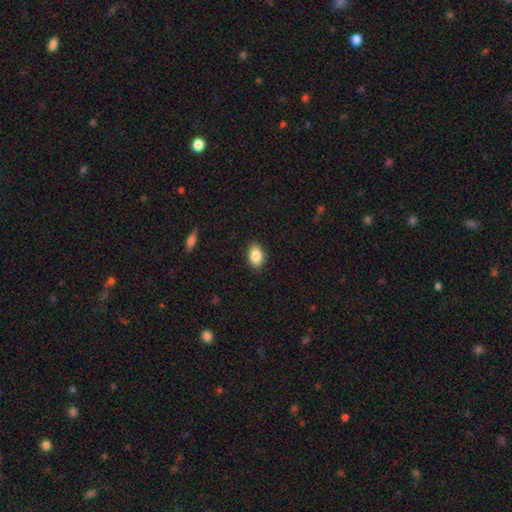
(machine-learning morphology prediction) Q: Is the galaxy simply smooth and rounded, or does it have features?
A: smooth — 86%.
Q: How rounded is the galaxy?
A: in between — 84%.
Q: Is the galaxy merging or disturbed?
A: none — 88%.